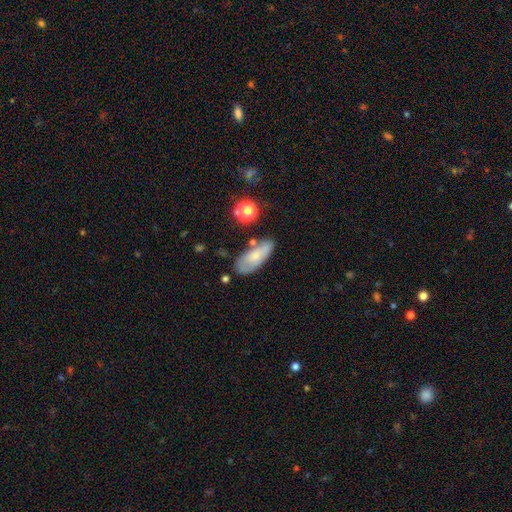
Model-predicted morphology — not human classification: Smooth or featured? smooth (63%)
How rounded? in between (81%)
Merging? none (63%)